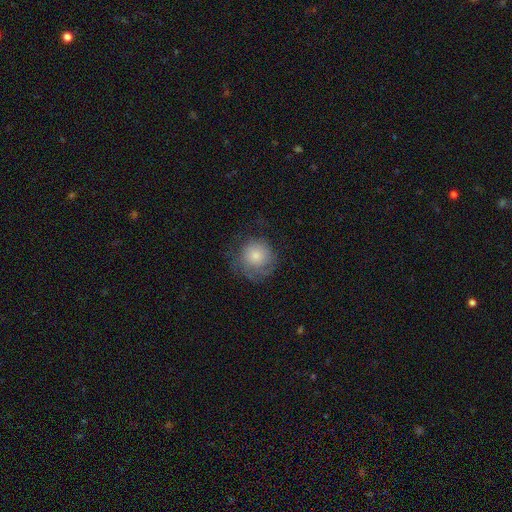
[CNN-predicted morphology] A smooth galaxy with no disk features (71%) that is round (91%).

Vote fractions:
- Smooth or featured? smooth: 71% / featured or disk: 21% / star or artifact: 9%
- How rounded? round: 91% / in between: 8% / cigar-shaped: 1%
- Merging? none: 62% / minor disturbance: 22% / major disturbance: 15% / merger: 1%